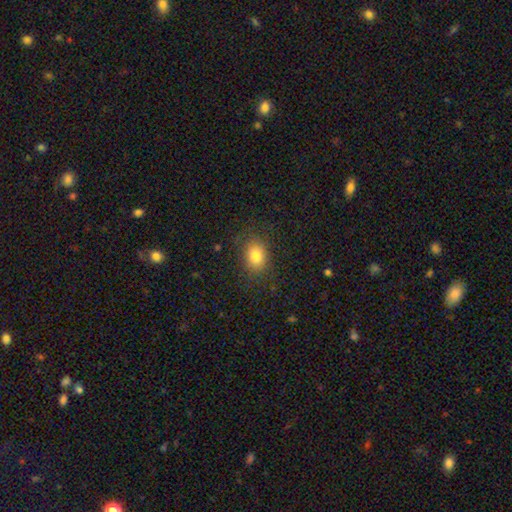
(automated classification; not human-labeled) Smooth or featured?
  - smooth: 83% *
  - star or artifact: 11%
  - featured or disk: 7%
How rounded?
  - in between: 68% *
  - round: 31%
  - cigar-shaped: 1%
Merging?
  - none: 83% *
  - minor disturbance: 12%
  - major disturbance: 4%
  - merger: 1%